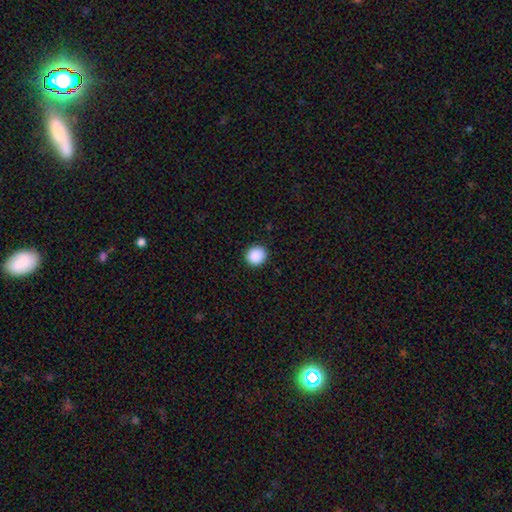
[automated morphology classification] smooth_or_featured: smooth (p=0.89) [alt: star or artifact p=0.09]
how_rounded: round (p=0.87) [alt: in between p=0.12]
merging: none (p=0.92) [alt: minor disturbance p=0.06]